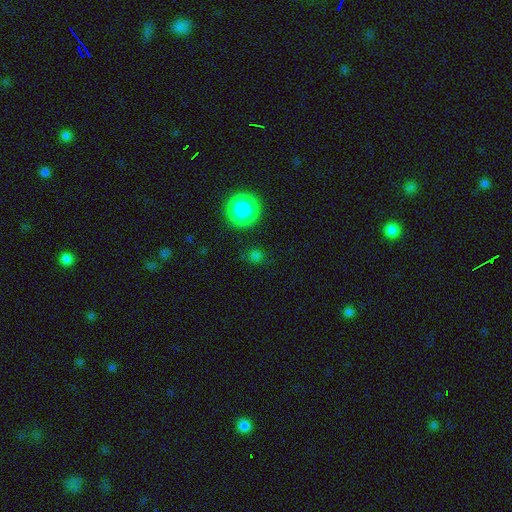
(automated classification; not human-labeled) A smooth galaxy with no disk features (70%) that is round (90%). Merging: none (83%).